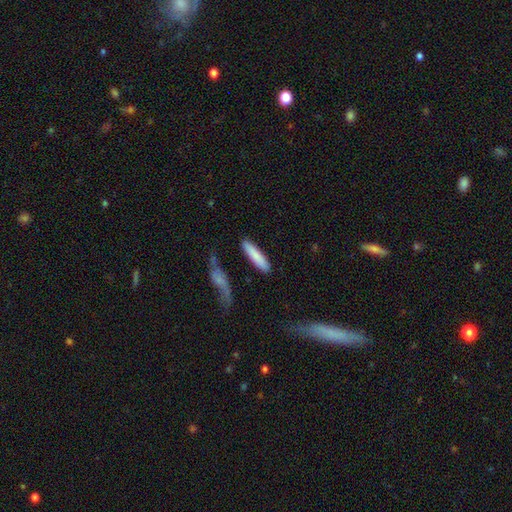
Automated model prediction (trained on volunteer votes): smooth 80%, featured or disk 15%, star or artifact 5%. Down the decision tree: how rounded — cigar-shaped (82%); merging — none (78%).